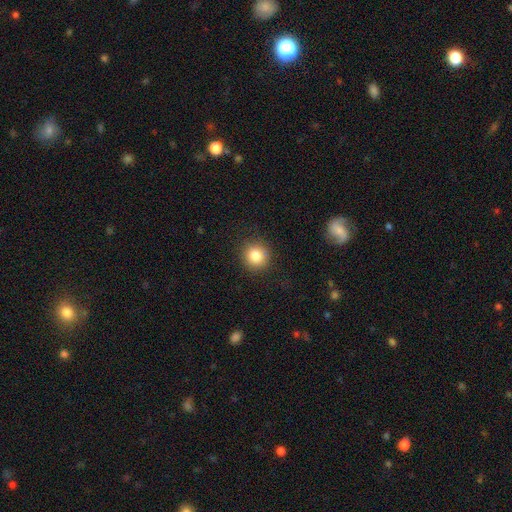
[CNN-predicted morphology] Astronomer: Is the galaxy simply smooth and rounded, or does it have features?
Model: smooth — 84%.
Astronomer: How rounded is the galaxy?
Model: round — 92%.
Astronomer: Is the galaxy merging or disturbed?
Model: none — 90%.